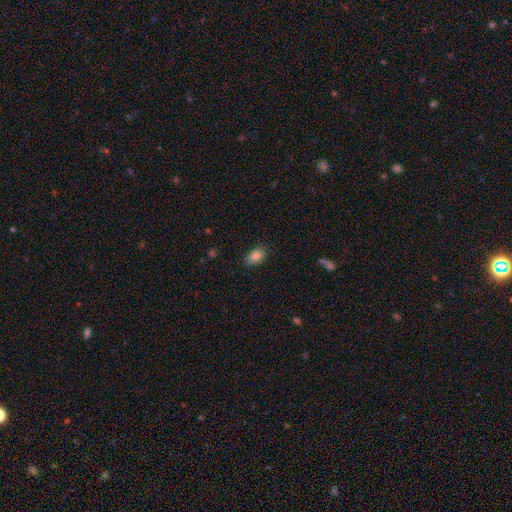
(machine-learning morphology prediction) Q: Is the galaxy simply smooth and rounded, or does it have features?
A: smooth — 85%.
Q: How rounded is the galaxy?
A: in between — 87%.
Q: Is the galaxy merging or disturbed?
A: none — 82%.